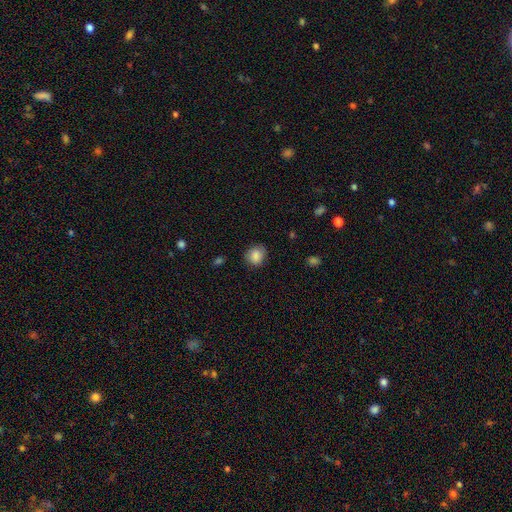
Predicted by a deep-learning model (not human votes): smooth-or-featured: smooth: 84% | star or artifact: 9% | featured or disk: 7%
  how-rounded: round: 73% | in between: 26% | cigar-shaped: 1%
  merging: none: 80% | minor disturbance: 15% | major disturbance: 3% | merger: 1%